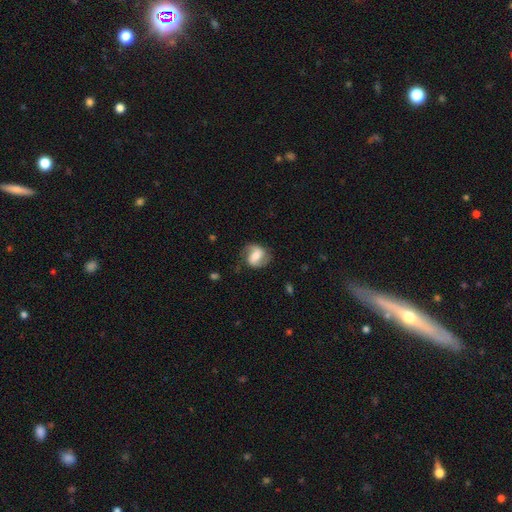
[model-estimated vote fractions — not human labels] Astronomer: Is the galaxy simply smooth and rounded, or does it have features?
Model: featured or disk — 71%.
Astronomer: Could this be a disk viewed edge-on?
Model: no — 98%.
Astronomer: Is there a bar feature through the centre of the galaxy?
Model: weak — 45% (runner-up: no, 28%).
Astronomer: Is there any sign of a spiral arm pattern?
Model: yes — 93%.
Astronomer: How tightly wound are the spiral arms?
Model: medium — 45% (runner-up: loose, 36%).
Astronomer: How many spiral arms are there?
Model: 2 — 87%.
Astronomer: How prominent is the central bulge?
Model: moderate — 40% (runner-up: small, 25%).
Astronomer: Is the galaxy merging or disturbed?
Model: none — 73%.